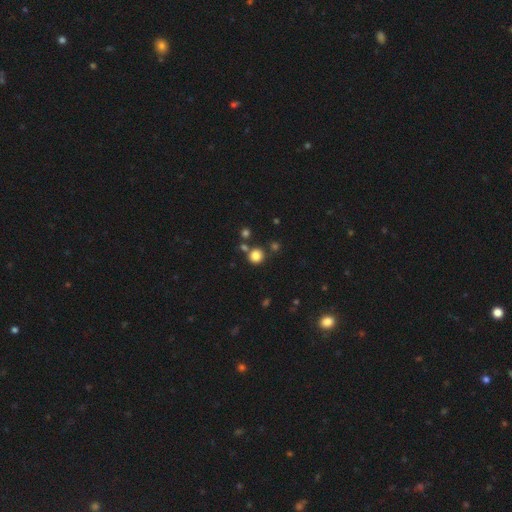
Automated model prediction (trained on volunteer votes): smooth 82%, star or artifact 13%, featured or disk 5%. Down the decision tree: how rounded — round (91%); merging — none (78%).